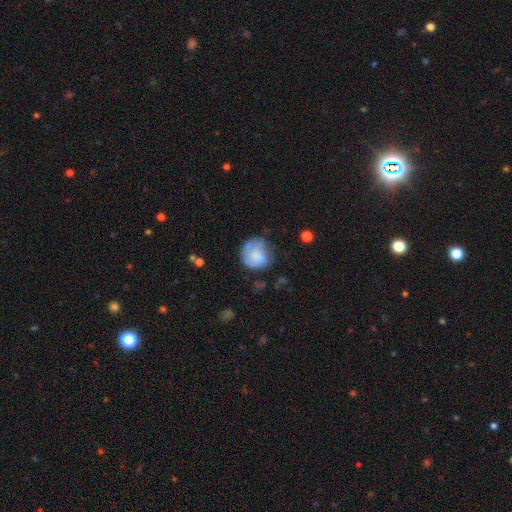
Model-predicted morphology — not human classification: Overall: smooth (69%). How rounded: round (82%). Merging: none (52%; minor disturbance 29%).